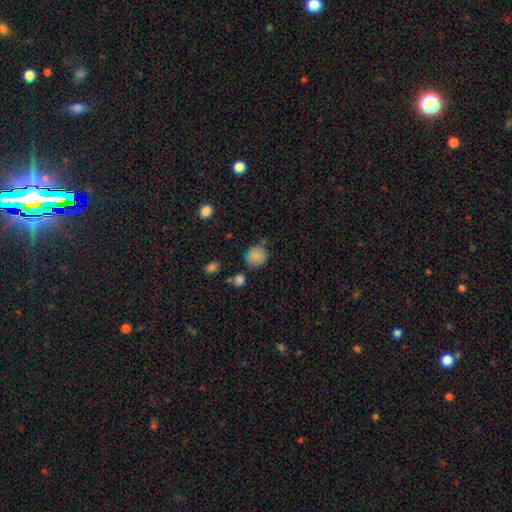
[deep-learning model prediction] Morphology: type=smooth (84%); roundness=round (85%); merging=none (69%).